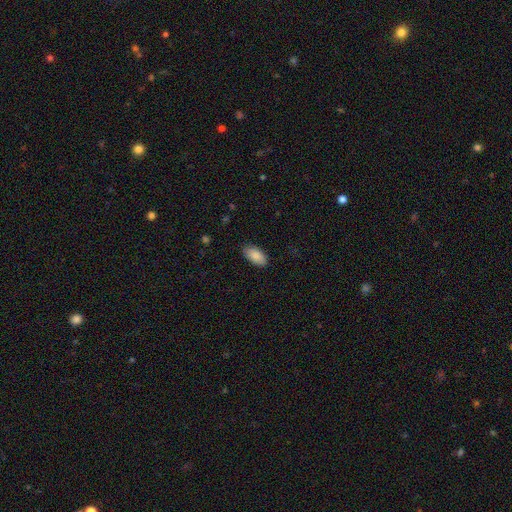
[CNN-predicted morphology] Q: Smooth or featured?
A: smooth (89%); runner-up: star or artifact (6%)
Q: How rounded?
A: in between (94%); runner-up: cigar-shaped (3%)
Q: Merging?
A: none (88%); runner-up: minor disturbance (9%)